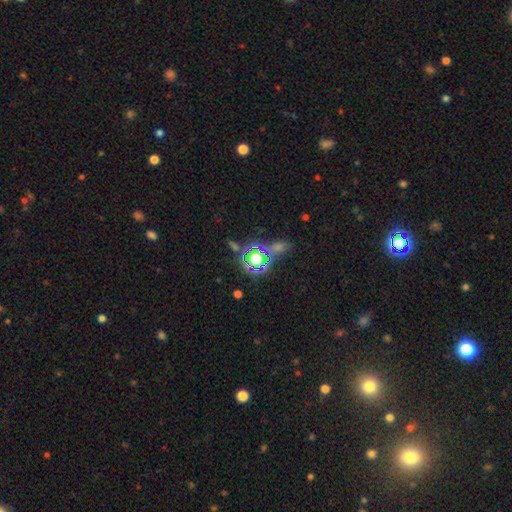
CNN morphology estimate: smooth-or-featured: star or artifact: 67% | smooth: 21% | featured or disk: 12%